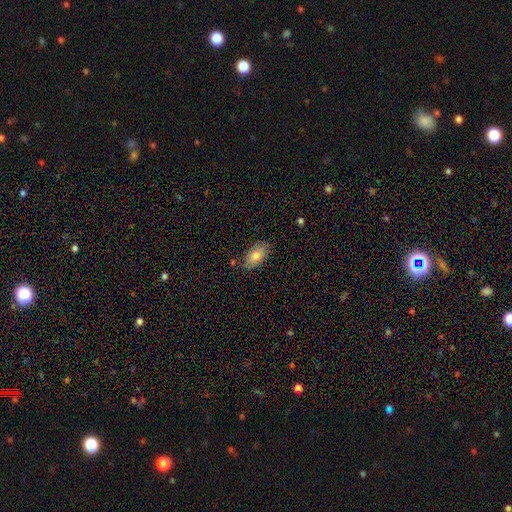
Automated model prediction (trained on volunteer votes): Smooth or featured? Predicted: smooth (p=0.77). How rounded? Predicted: in between (p=0.92). Merging? Predicted: none (p=0.81).